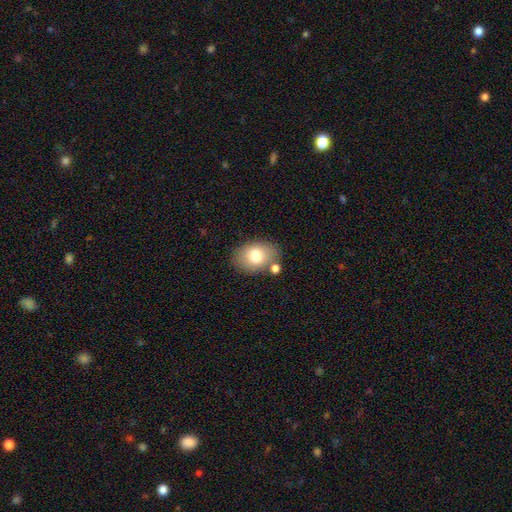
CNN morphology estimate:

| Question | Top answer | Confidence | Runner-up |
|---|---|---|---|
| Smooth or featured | smooth | 77% | featured or disk (15%) |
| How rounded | in between | 78% | round (21%) |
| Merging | none | 74% | minor disturbance (13%) |